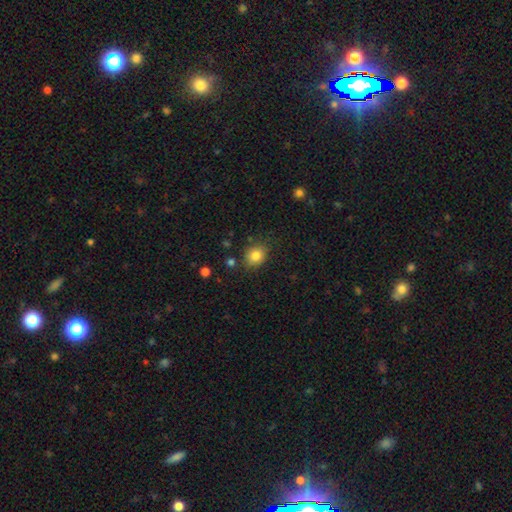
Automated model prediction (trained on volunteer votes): smooth_or_featured: smooth (p=0.84) [alt: star or artifact p=0.10]
how_rounded: round (p=0.58) [alt: in between p=0.42]
merging: none (p=0.81) [alt: minor disturbance p=0.12]